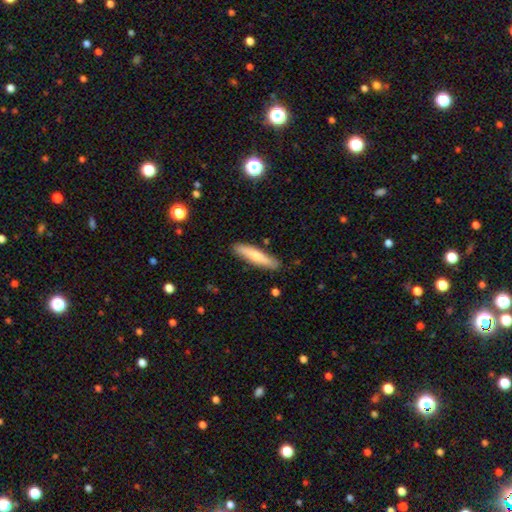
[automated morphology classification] A smooth galaxy with no disk features (65%) that is cigar-shaped (85%).

Vote fractions:
- Smooth or featured? smooth: 65% / featured or disk: 30% / star or artifact: 5%
- How rounded? cigar-shaped: 85% / in between: 14% / round: 1%
- Merging? none: 87% / minor disturbance: 10% / major disturbance: 2% / merger: 2%